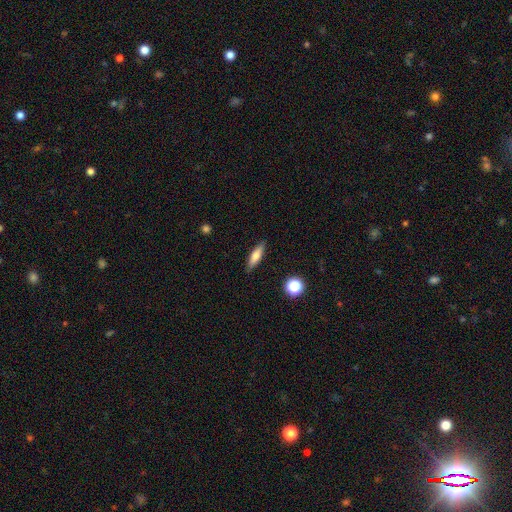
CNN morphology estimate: This is likely a smooth galaxy (68%). How rounded: likely cigar-shaped (61%). Merging: clearly none (88%).